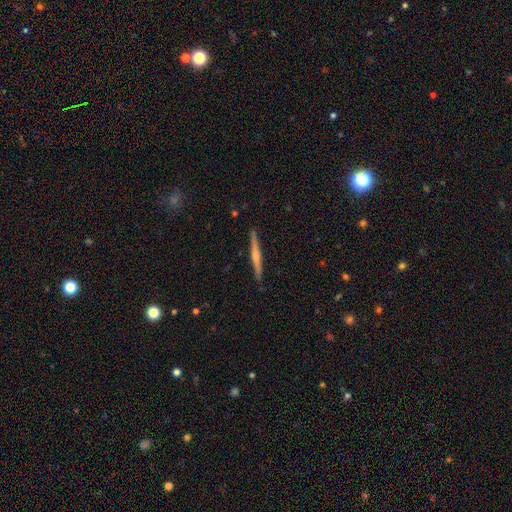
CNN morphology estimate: Smooth or featured?
  - featured or disk: 71% *
  - smooth: 21%
  - star or artifact: 8%
Edge-on disk?
  - yes: 97% *
  - no: 3%
Edge-on bulge?
  - rounded: 79% *
  - none: 15%
  - boxy: 6%
Merging?
  - none: 90% *
  - minor disturbance: 7%
  - major disturbance: 2%
  - merger: 1%